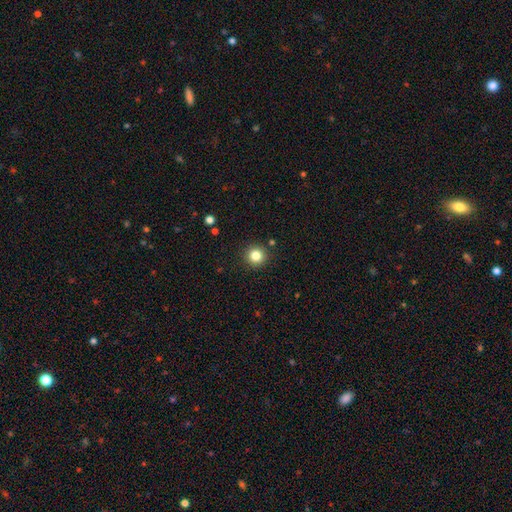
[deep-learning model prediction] Smooth or featured? Predicted: smooth (p=0.83). How rounded? Predicted: round (p=0.95). Merging? Predicted: none (p=0.91).